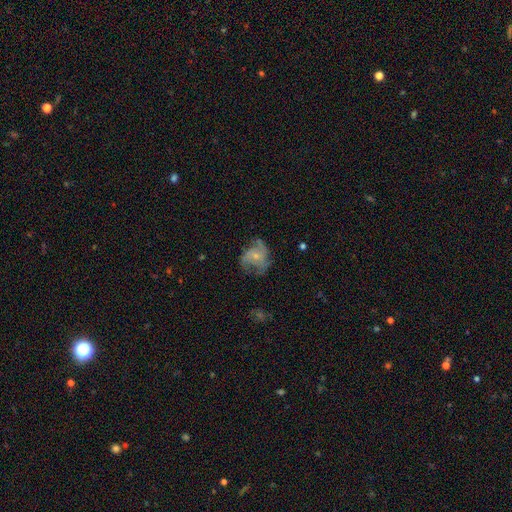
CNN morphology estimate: Smooth or featured? featured or disk (63%)
Edge-on disk? no (98%)
Bar? no (73%)
Spiral arms? yes (81%)
Spiral winding? medium (46%)
Spiral arm count? 2 (33%)
Bulge size? small (70%)
Merging? none (48%)